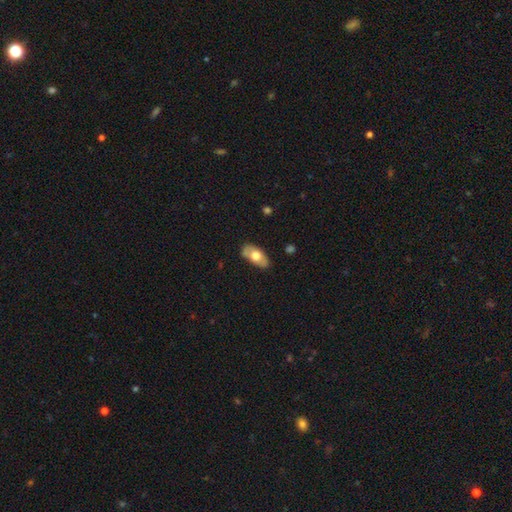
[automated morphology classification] The model was most divided on "smooth or featured": smooth: 64%, featured or disk: 30%, star or artifact: 6%. More confident: how rounded — in between (92%); merging — none (76%).